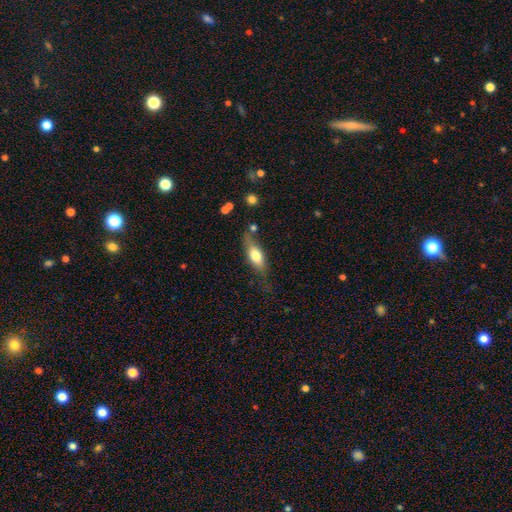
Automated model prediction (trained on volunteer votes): Smooth or featured: smooth — 65% (featured or disk — 29%)
How rounded: in between — 70% (cigar-shaped — 27%)
Merging: none — 59% (minor disturbance — 26%)